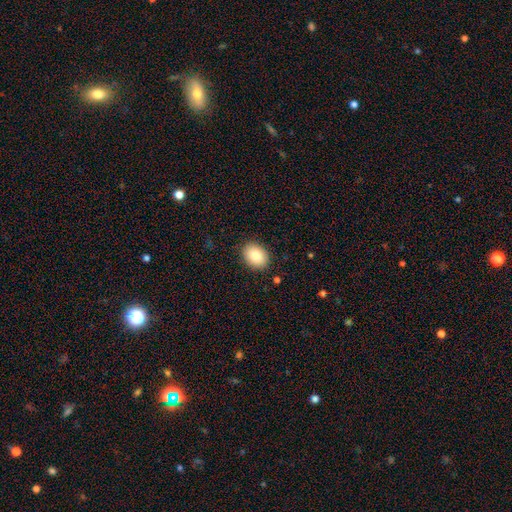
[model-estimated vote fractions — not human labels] Overall: smooth (88%). How rounded: in between (67%; round 32%). Merging: none (88%).